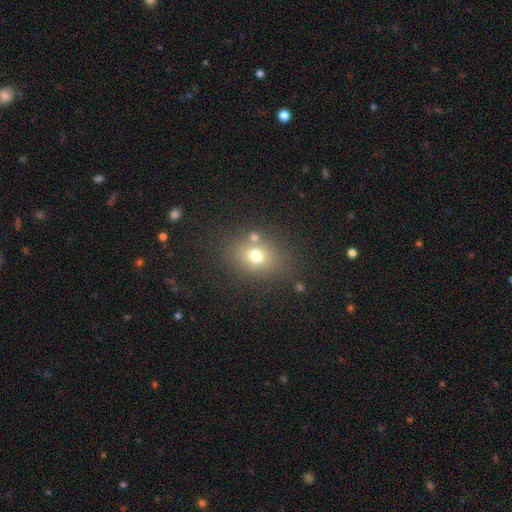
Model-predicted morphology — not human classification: smooth 70%, star or artifact 16%, featured or disk 14%. Down the decision tree: how rounded — round (50%); merging — none (72%).